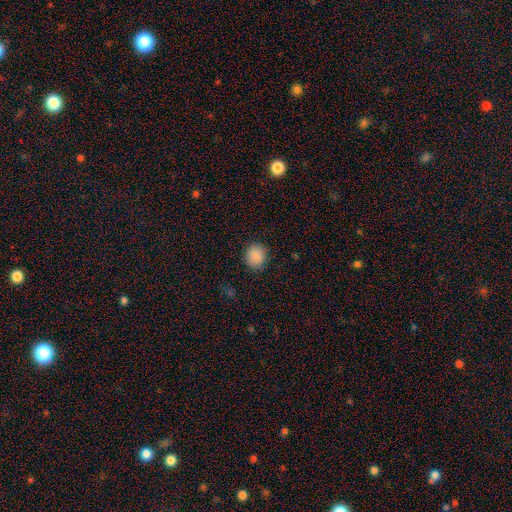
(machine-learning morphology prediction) This appears to be a smooth galaxy with no disk features (89%) that is round (79%). Merging: none (88%).